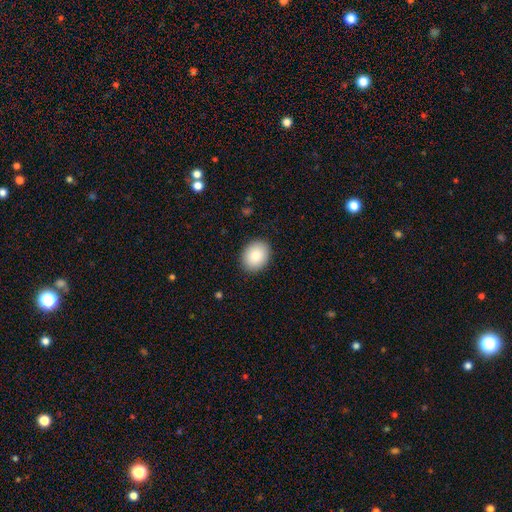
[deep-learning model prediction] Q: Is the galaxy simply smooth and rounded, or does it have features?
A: smooth — 87%.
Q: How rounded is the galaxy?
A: in between — 54%.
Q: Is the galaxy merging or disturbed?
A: none — 89%.